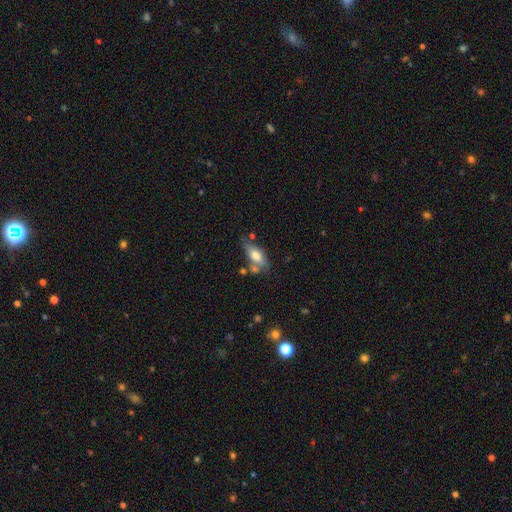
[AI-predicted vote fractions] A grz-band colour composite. It shows a smooth galaxy with no disk features (68%) that is in between round and cigar-shaped (78%). Merging: none (58%).